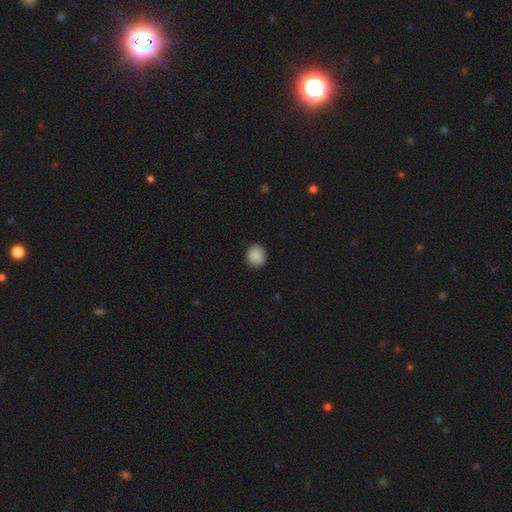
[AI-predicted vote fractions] Morphology: type=smooth (89%); roundness=round (83%); merging=none (88%).